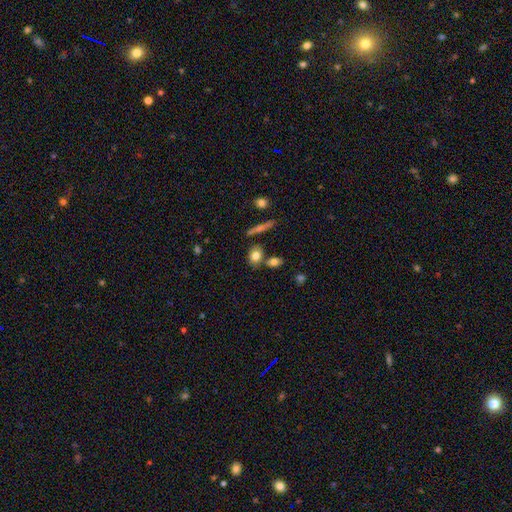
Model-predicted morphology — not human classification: This is likely a smooth galaxy (78%). How rounded: possibly in between (54%). Merging: likely none (65%).